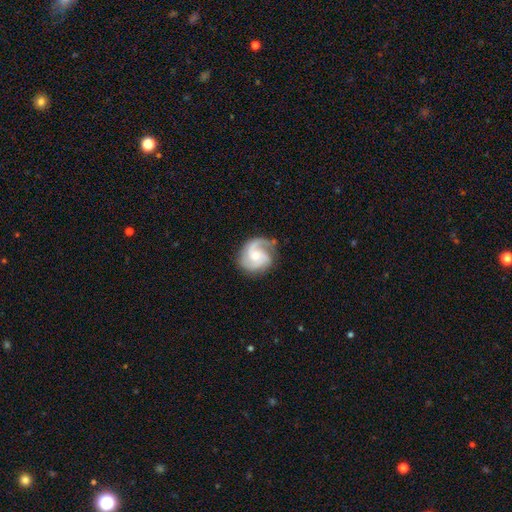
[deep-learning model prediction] smooth_or_featured: featured or disk (p=0.87) [alt: smooth p=0.08]
disk_edge_on: no (p=0.98) [alt: yes p=0.02]
bar: no (p=0.65) [alt: weak p=0.30]
has_spiral_arms: yes (p=0.98) [alt: no p=0.02]
spiral_winding: medium (p=0.49) [alt: tight p=0.38]
spiral_arm_count: 3 (p=0.51) [alt: 2 p=0.31]
bulge_size: moderate (p=0.51) [alt: small p=0.42]
merging: none (p=0.73) [alt: minor disturbance p=0.18]